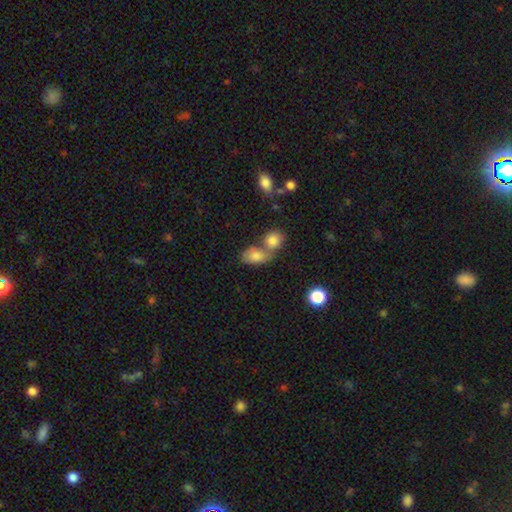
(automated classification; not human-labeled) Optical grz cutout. It shows a smooth galaxy with no disk features (80%) that is in between round and cigar-shaped (81%). Merging: merger (50%).